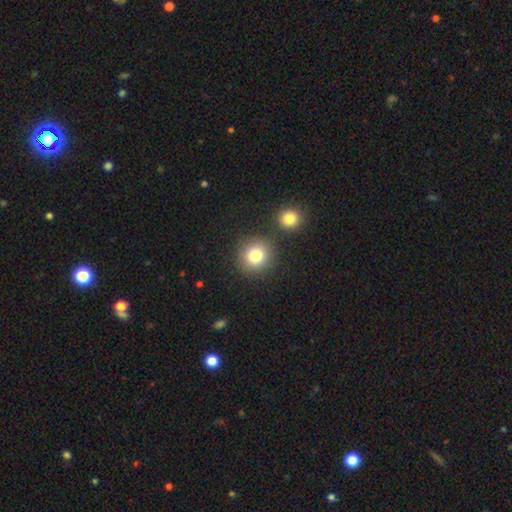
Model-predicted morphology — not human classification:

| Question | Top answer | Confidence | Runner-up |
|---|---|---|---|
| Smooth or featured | smooth | 81% | star or artifact (11%) |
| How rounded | round | 88% | in between (11%) |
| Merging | none | 80% | merger (10%) |